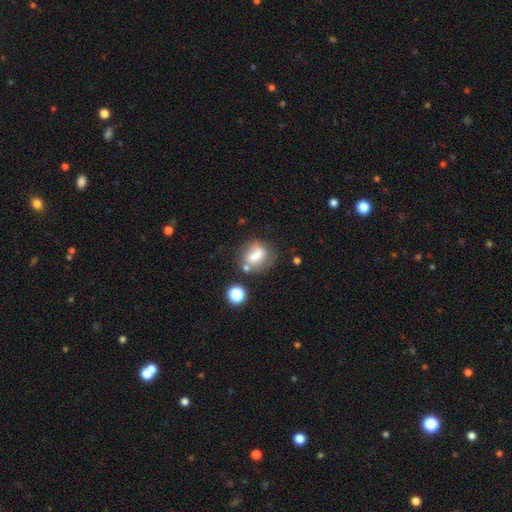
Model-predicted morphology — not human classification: Q: Smooth or featured?
A: smooth (61%); runner-up: featured or disk (27%)
Q: How rounded?
A: in between (51%); runner-up: round (45%)
Q: Merging?
A: none (48%); runner-up: minor disturbance (22%)